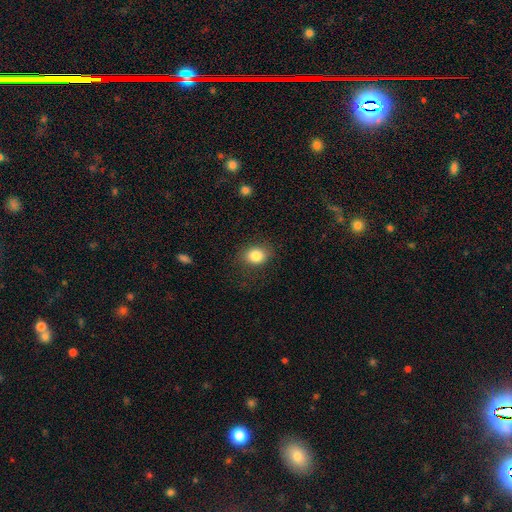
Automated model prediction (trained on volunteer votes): Morphology: type=smooth (84%); roundness=in between (51%); merging=none (81%).